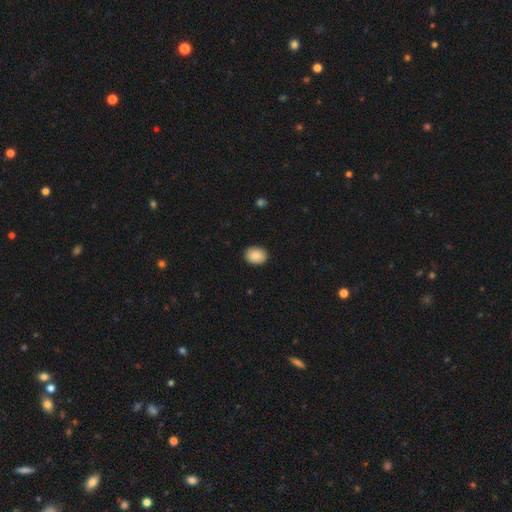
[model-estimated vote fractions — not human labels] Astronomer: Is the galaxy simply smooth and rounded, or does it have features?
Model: smooth — 89%.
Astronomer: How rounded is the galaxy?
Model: in between — 57% (runner-up: round, 42%).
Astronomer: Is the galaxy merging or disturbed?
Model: none — 90%.